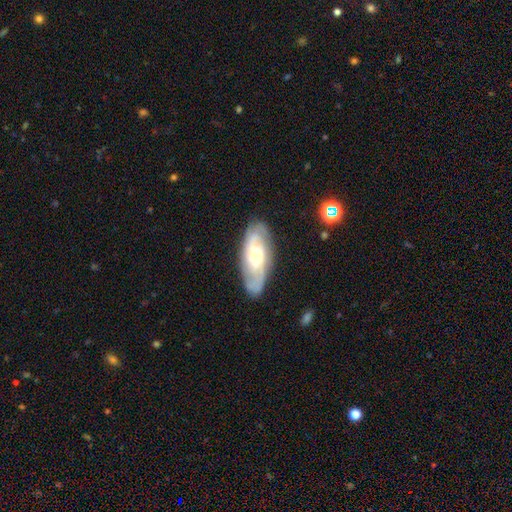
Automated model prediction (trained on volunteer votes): This is likely a featured or disk galaxy (65%). It is clearly not viewed edge-on (89%). Bar: possibly no (51%). Spiral arm pattern: clearly yes (87%). Spiral arm count: marginally 2 (43%). Spiral winding: marginally tight (44%). Central bulge: possibly moderate (46%). Merging: likely none (77%).